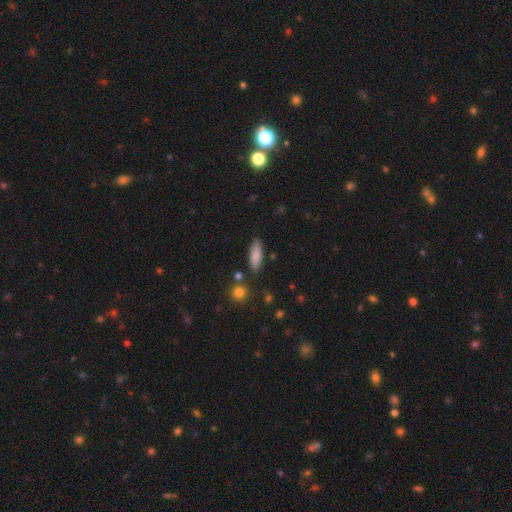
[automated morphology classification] Smooth or featured? smooth (85%)
How rounded? in between (59%)
Merging? none (83%)